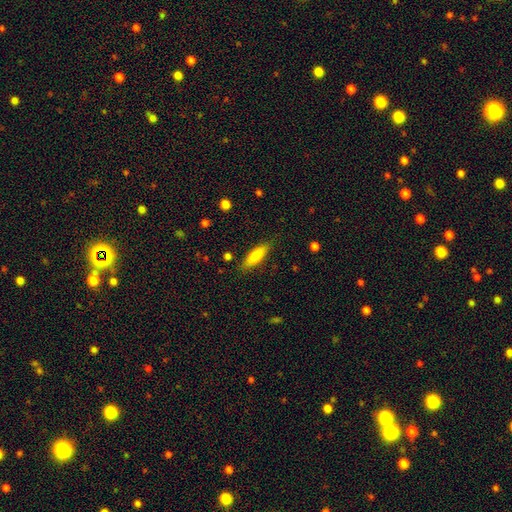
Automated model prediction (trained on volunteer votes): The model was most divided on "how rounded": cigar-shaped: 55%, in between: 43%, round: 2%. More confident: merging — none (83%); smooth or featured — smooth (80%).